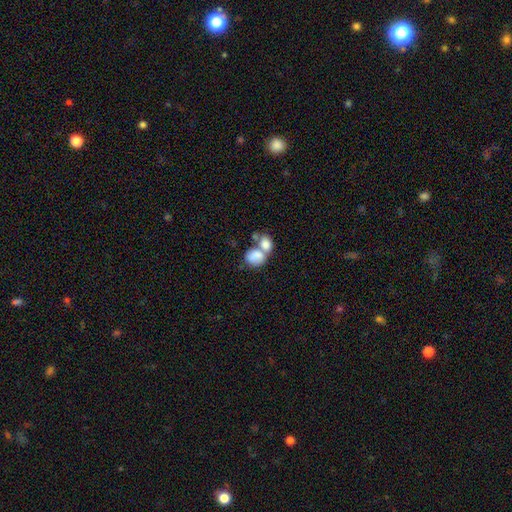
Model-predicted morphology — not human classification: smooth-or-featured: smooth: 79% | featured or disk: 14% | star or artifact: 7%
  how-rounded: in between: 60% | round: 39% | cigar-shaped: 1%
  merging: merger: 69% | none: 19% | minor disturbance: 7% | major disturbance: 5%